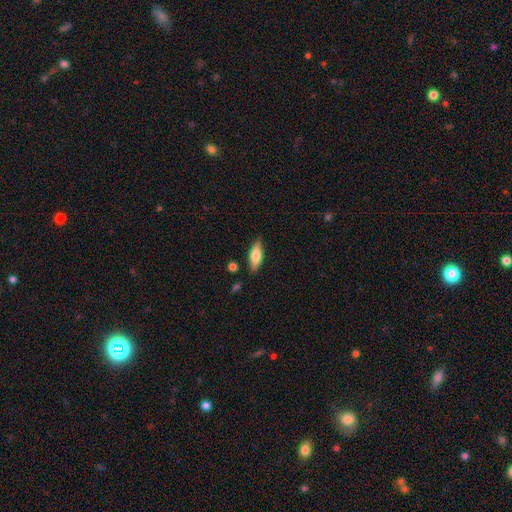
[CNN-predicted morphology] This appears to be a smooth galaxy with no disk features (63%) that is in between round and cigar-shaped (63%). Merging: none (83%).